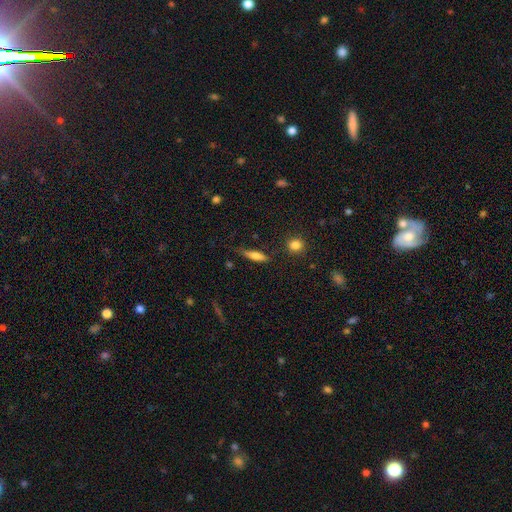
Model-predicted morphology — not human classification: type=smooth (69%); roundness=cigar-shaped (67%); merging=none (65%).